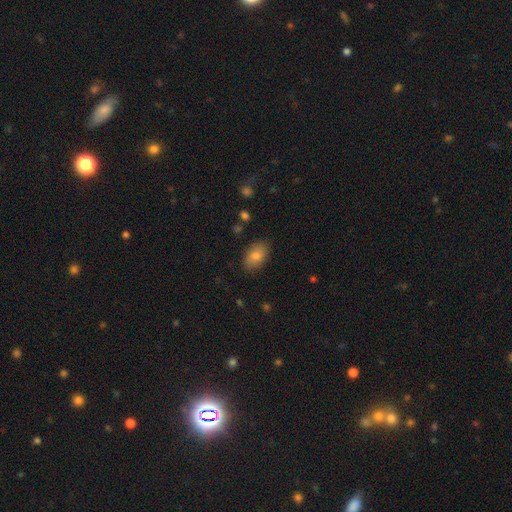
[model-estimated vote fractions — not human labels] Q: Smooth or featured?
A: smooth (80%); runner-up: featured or disk (11%)
Q: How rounded?
A: in between (89%); runner-up: round (10%)
Q: Merging?
A: none (85%); runner-up: minor disturbance (11%)